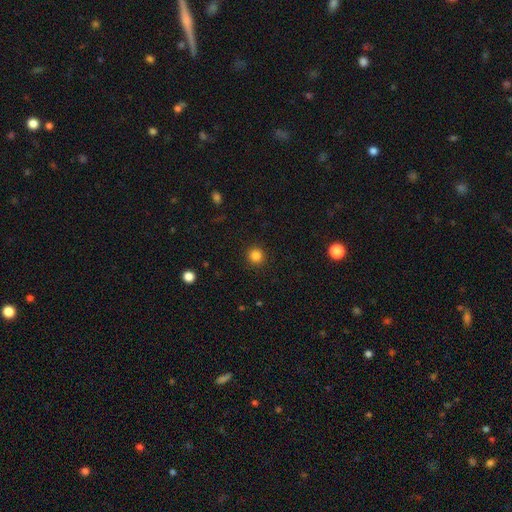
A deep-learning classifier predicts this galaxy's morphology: type=smooth (84%); roundness=round (95%); merging=none (92%).